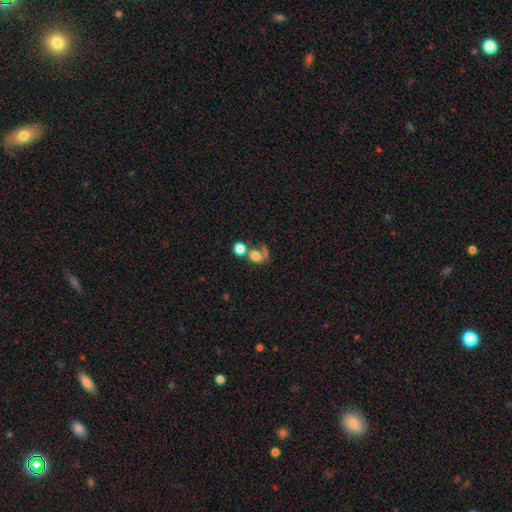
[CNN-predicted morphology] A smooth galaxy with no disk features (67%) that is round (64%).

Vote fractions:
- Smooth or featured? smooth: 67% / featured or disk: 21% / star or artifact: 12%
- How rounded? round: 64% / in between: 35% / cigar-shaped: 2%
- Merging? merger: 44% / none: 31% / major disturbance: 15% / minor disturbance: 11%